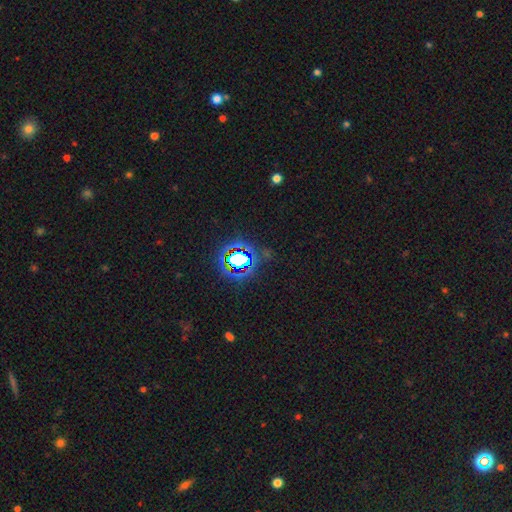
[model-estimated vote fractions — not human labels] Smooth or featured? star or artifact (81%)